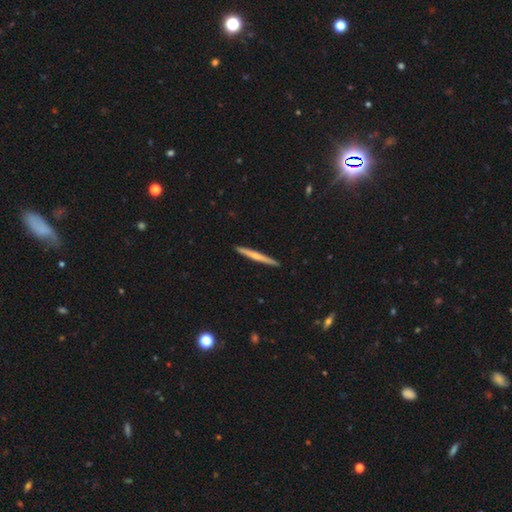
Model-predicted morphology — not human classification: featured or disk 49%, smooth 45%, star or artifact 5%. Down the decision tree: merging — none (92%).